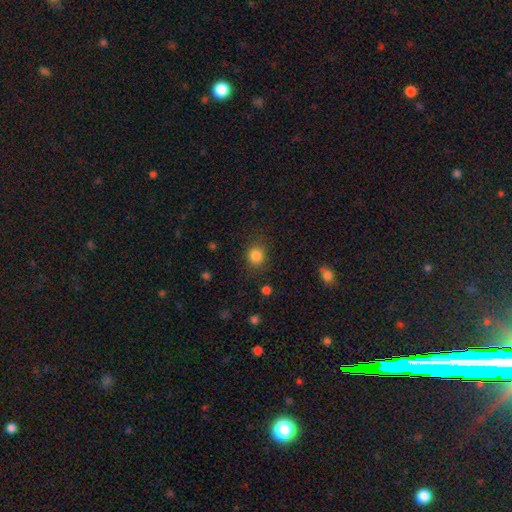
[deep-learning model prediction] A smooth galaxy with no disk features (84%) that is round (82%).

Vote fractions:
- Smooth or featured? smooth: 84% / star or artifact: 11% / featured or disk: 4%
- How rounded? round: 82% / in between: 17% / cigar-shaped: 1%
- Merging? none: 83% / minor disturbance: 12% / major disturbance: 4% / merger: 2%